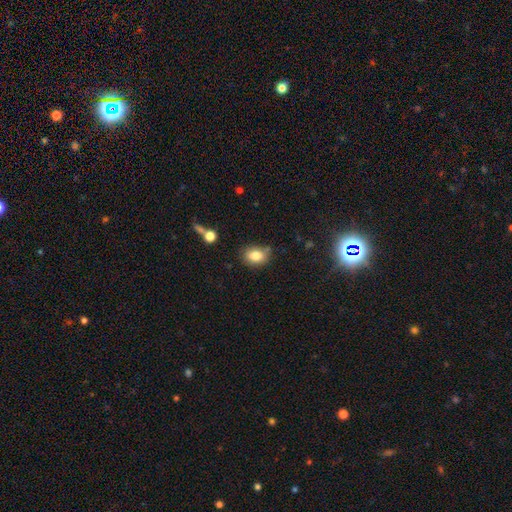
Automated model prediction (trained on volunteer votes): smooth_or_featured: smooth (p=0.83) [alt: star or artifact p=0.10]
how_rounded: in between (p=0.62) [alt: round p=0.36]
merging: none (p=0.72) [alt: minor disturbance p=0.18]